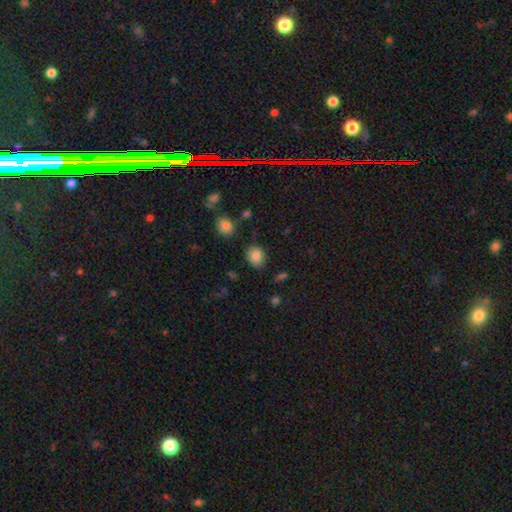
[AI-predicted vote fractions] This is clearly a smooth galaxy (85%). How rounded: possibly round (54%). Merging: clearly none (81%).